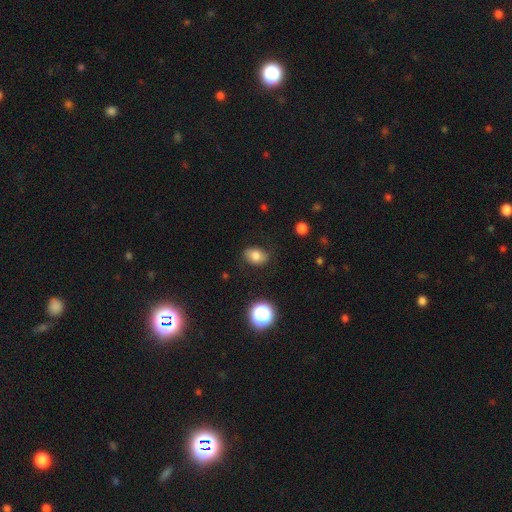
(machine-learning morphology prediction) A smooth galaxy with no disk features (77%) that is in between round and cigar-shaped (76%).

Vote fractions:
- Smooth or featured? smooth: 77% / featured or disk: 12% / star or artifact: 11%
- How rounded? in between: 76% / round: 23% / cigar-shaped: 1%
- Merging? none: 77% / minor disturbance: 17% / major disturbance: 5% / merger: 2%